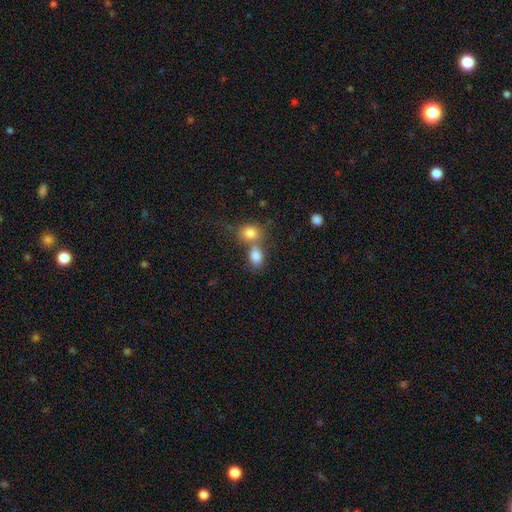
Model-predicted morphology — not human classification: Q: Smooth or featured?
A: smooth (83%); runner-up: star or artifact (10%)
Q: How rounded?
A: in between (68%); runner-up: round (31%)
Q: Merging?
A: merger (52%); runner-up: none (36%)